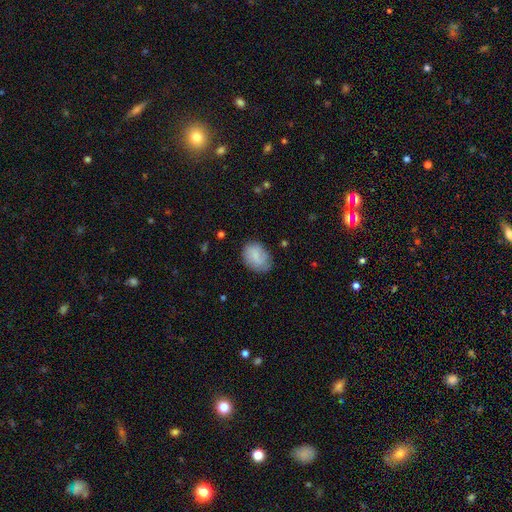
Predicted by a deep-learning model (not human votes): smooth 74%, featured or disk 19%, star or artifact 7%. Down the decision tree: how rounded — in between (74%); merging — none (71%).